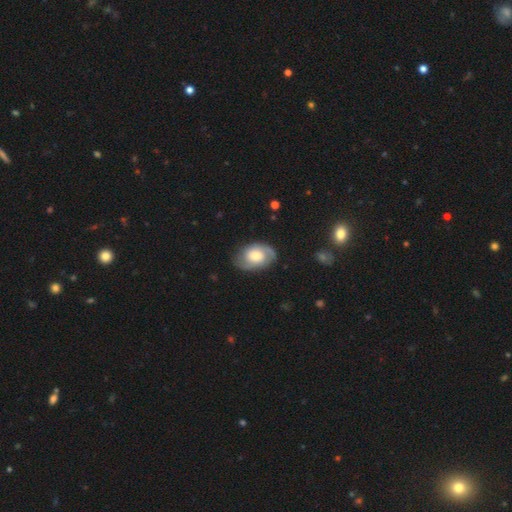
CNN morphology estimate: This appears to be a featured or disk galaxy (65%) with no bar (69%), 2 (81%) medium (44%) spiral arms (88%) and a moderate central bulge (55%). Merging: none (76%).